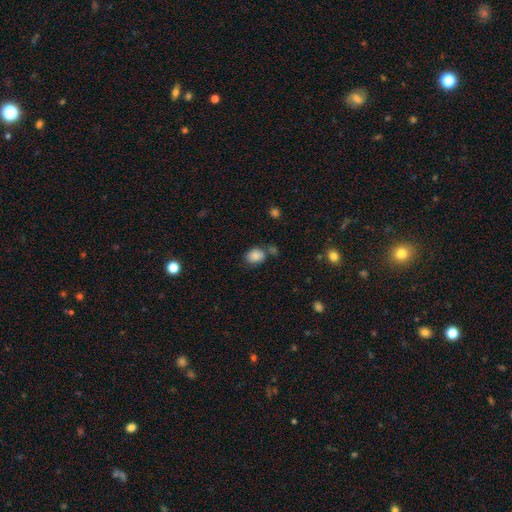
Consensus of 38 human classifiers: Smooth or featured? smooth (89%)
How rounded? in between (56%)
Merging? none (61%)